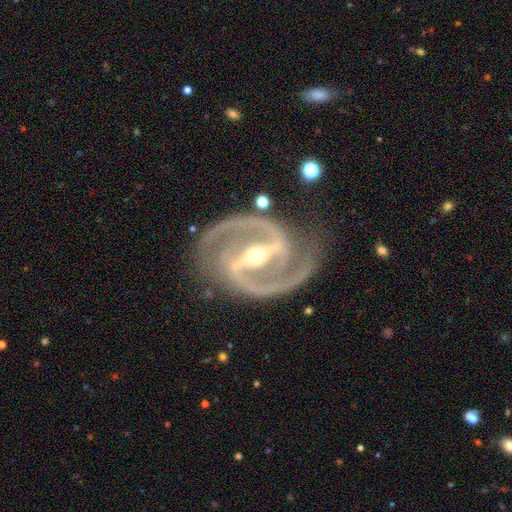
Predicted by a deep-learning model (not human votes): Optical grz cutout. It shows a featured or disk galaxy (94%) with a strong bar (78%), 2 (94%) medium (57%) spiral arms (99%) and a moderate central bulge (50%). Merging: none (84%).